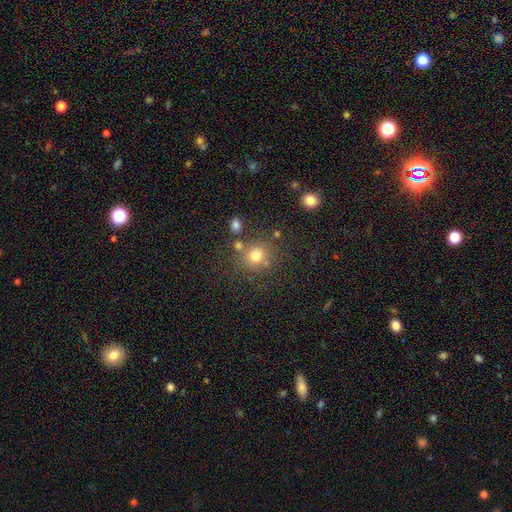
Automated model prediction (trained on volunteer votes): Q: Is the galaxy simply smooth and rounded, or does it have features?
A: smooth — 74%.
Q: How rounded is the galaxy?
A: round — 84%.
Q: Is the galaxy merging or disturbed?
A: none — 71%.